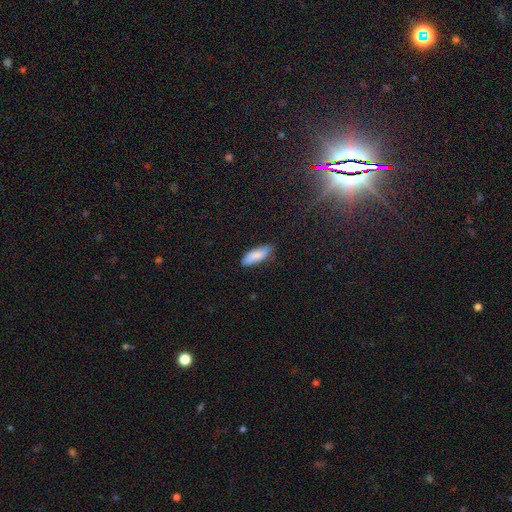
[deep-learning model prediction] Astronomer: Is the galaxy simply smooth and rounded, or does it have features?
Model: smooth — 83%.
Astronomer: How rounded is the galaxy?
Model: in between — 64%.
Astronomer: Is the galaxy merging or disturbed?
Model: none — 77%.